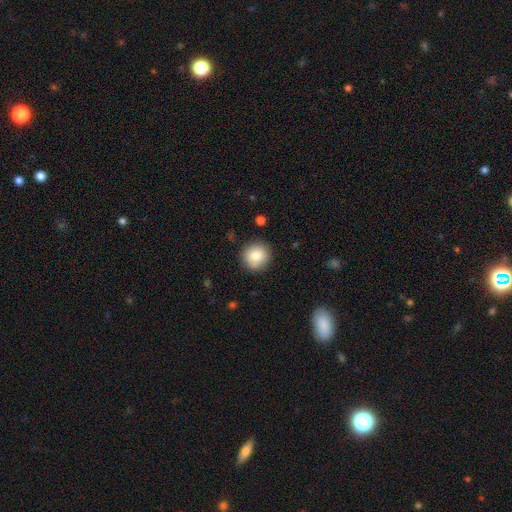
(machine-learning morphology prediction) Smooth or featured?
  - smooth: 83% *
  - star or artifact: 9%
  - featured or disk: 8%
How rounded?
  - round: 93% *
  - in between: 7%
  - cigar-shaped: 1%
Merging?
  - none: 89% *
  - minor disturbance: 8%
  - major disturbance: 2%
  - merger: 1%